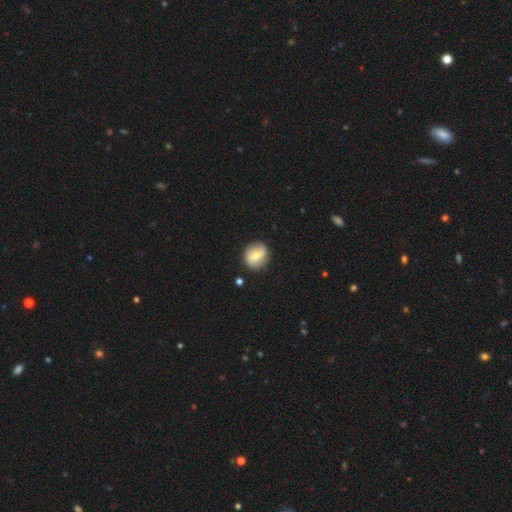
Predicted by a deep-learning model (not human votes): The model was most divided on "smooth or featured": smooth: 61%, featured or disk: 32%, star or artifact: 7%. More confident: merging — none (82%); how rounded — round (74%).